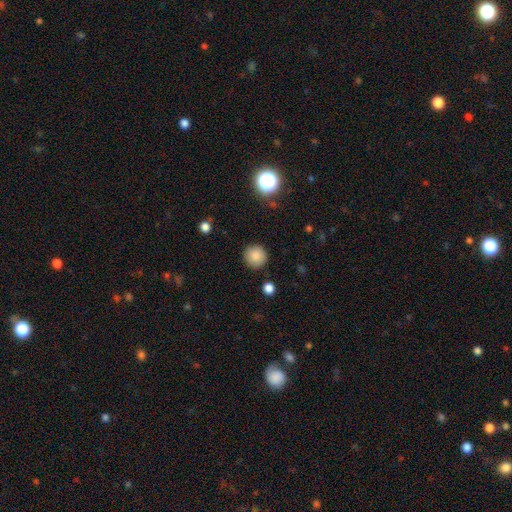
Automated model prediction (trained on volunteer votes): Q: Smooth or featured?
A: smooth (86%); runner-up: star or artifact (10%)
Q: How rounded?
A: round (93%); runner-up: in between (6%)
Q: Merging?
A: none (89%); runner-up: minor disturbance (7%)